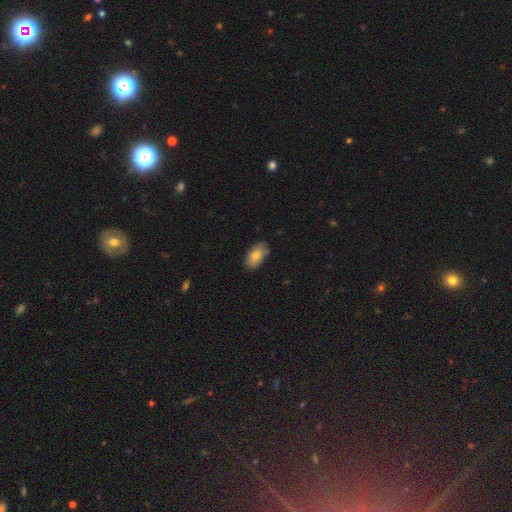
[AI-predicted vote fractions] Smooth or featured? Predicted: smooth (p=0.80). How rounded? Predicted: in between (p=0.93). Merging? Predicted: none (p=0.79).